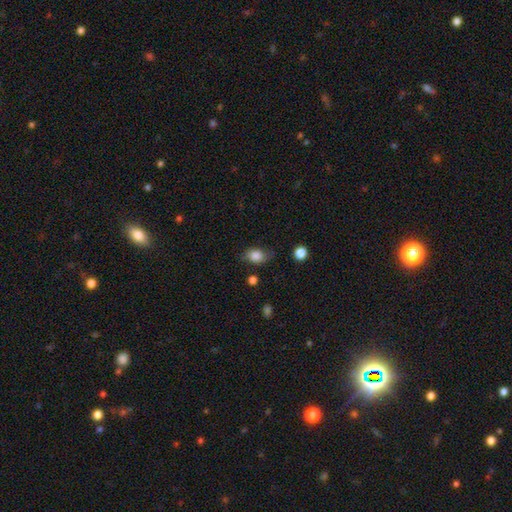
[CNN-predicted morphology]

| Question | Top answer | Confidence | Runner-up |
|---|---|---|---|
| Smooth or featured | smooth | 83% | star or artifact (9%) |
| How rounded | in between | 70% | round (29%) |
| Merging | none | 65% | minor disturbance (26%) |